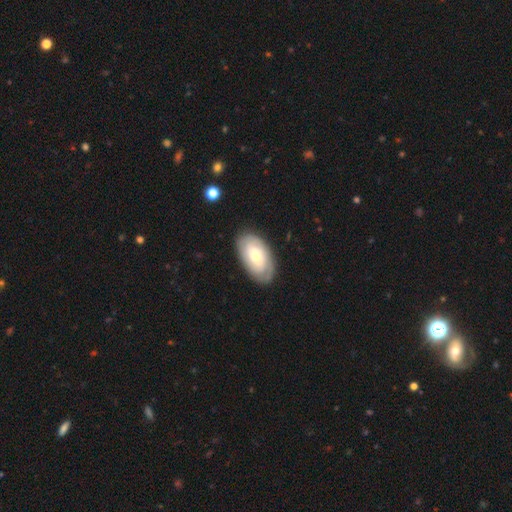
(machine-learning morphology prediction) A featured or disk galaxy (48%). Merging: none (82%).